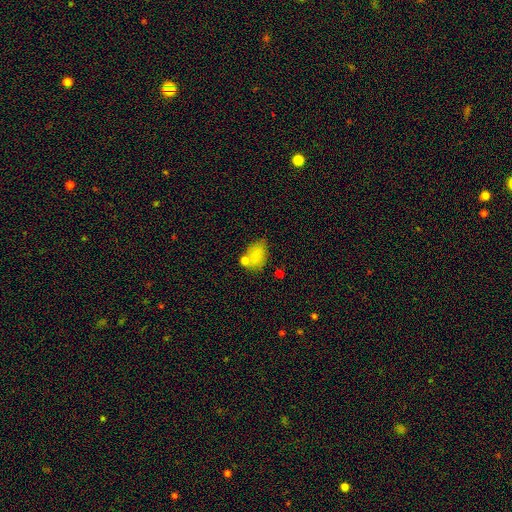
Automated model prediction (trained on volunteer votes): Morphology: type=smooth (79%); roundness=in between (80%); merging=none (52%).